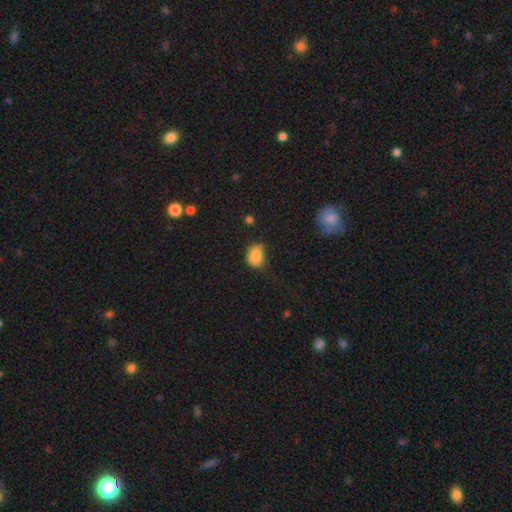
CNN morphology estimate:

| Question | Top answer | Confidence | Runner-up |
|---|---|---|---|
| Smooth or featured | smooth | 83% | star or artifact (10%) |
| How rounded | in between | 64% | round (35%) |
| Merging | none | 43% | minor disturbance (40%) |